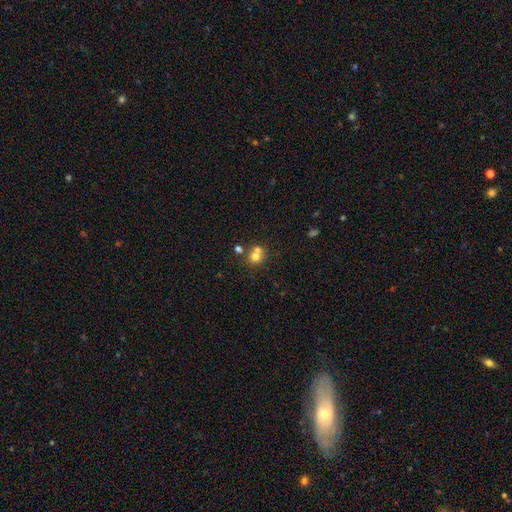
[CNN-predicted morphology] This appears to be a smooth galaxy with no disk features (69%) that is round (85%). Merging: none (45%, tied with merger).